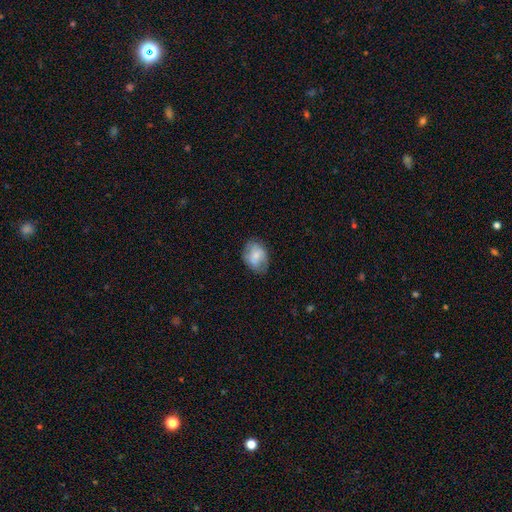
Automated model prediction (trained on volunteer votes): Smooth or featured? Predicted: smooth (p=0.63). How rounded? Predicted: in between (p=0.69). Merging? Predicted: none (p=0.69).